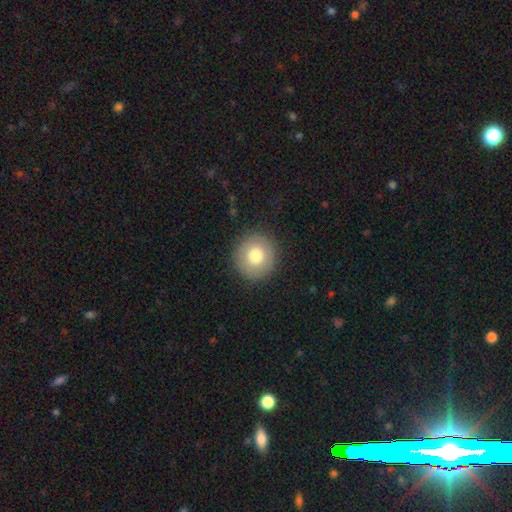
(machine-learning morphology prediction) This is likely a smooth galaxy (74%). How rounded: clearly round (93%). Merging: clearly none (89%).